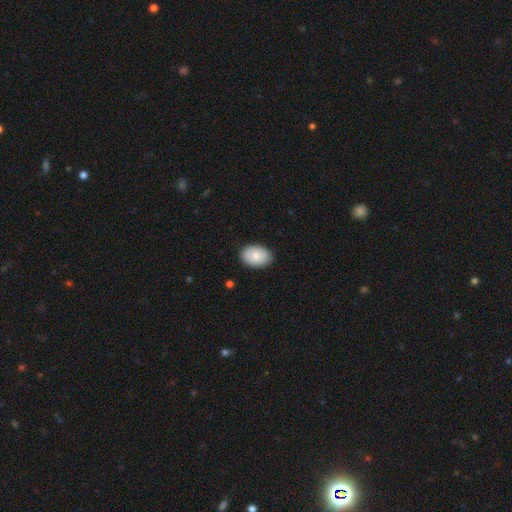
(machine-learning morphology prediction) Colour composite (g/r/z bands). It shows a smooth galaxy with no disk features (83%) that is in between round and cigar-shaped (88%). Merging: none (88%).